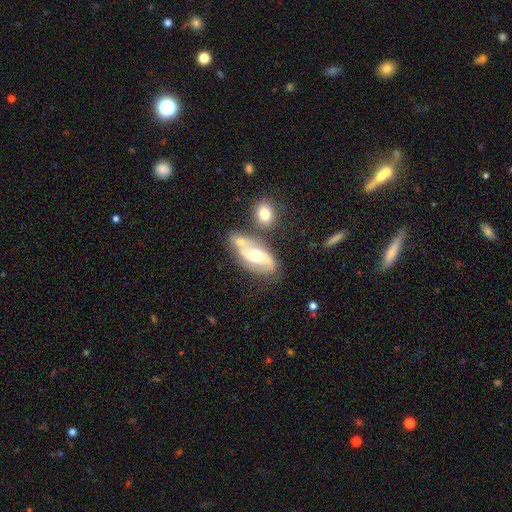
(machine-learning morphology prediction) Smooth or featured: featured or disk — 69% (smooth — 24%)
Edge-on disk: no — 93% (yes — 7%)
Bar: no — 51% (weak — 35%)
Spiral arms: yes — 83% (no — 17%)
Spiral winding: loose — 43% (medium — 41%)
Spiral arm count: 2 — 86% (can't tell — 8%)
Bulge size: moderate — 72% (small — 13%)
Merging: none — 45% (merger — 28%)